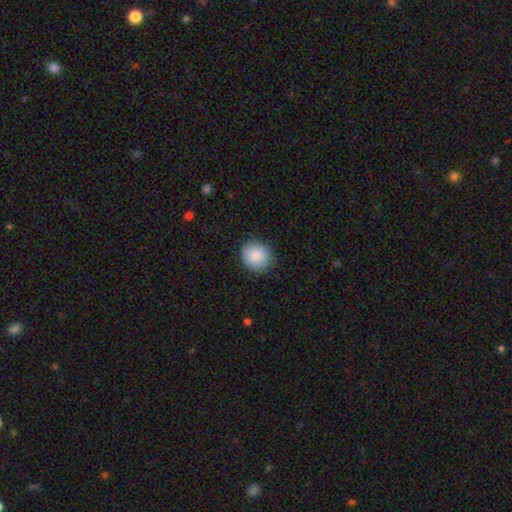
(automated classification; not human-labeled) Morphology: type=smooth (86%); roundness=round (83%); merging=none (83%).